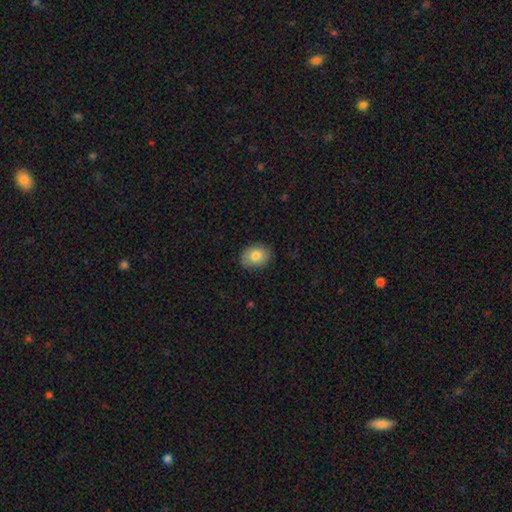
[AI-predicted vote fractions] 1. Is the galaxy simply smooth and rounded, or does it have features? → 81% smooth, 11% featured or disk, 8% star or artifact.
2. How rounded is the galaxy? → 62% in between, 37% round, 1% cigar-shaped.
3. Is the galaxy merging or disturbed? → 85% none, 12% minor disturbance, 2% major disturbance, 1% merger.